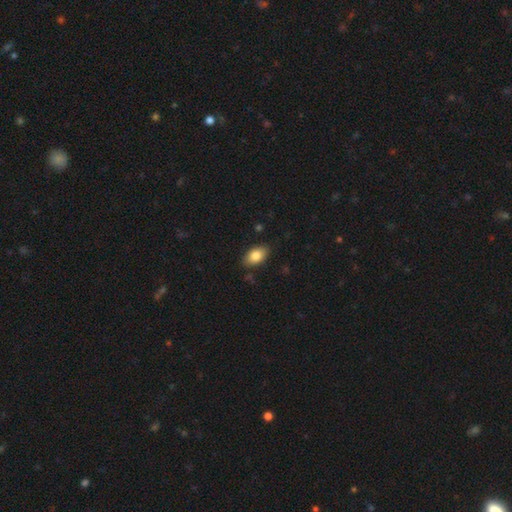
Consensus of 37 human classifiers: Morphology: type=smooth (92%); roundness=in between (94%); merging=none (86%).